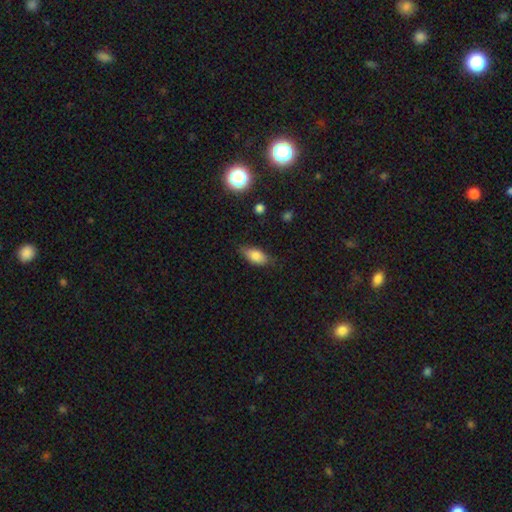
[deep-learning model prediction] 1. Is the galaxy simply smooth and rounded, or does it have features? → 81% smooth, 11% featured or disk, 8% star or artifact.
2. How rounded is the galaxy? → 87% in between, 9% cigar-shaped, 4% round.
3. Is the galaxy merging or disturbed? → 76% none, 19% minor disturbance, 4% major disturbance, 1% merger.